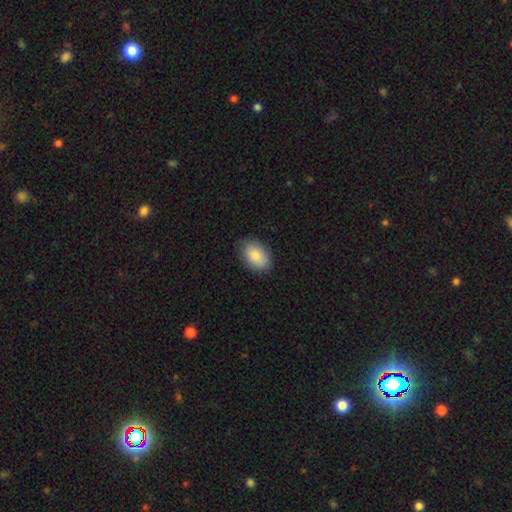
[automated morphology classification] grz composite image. It shows a smooth galaxy with no disk features (87%) that is in between round and cigar-shaped (90%). Merging: none (86%).